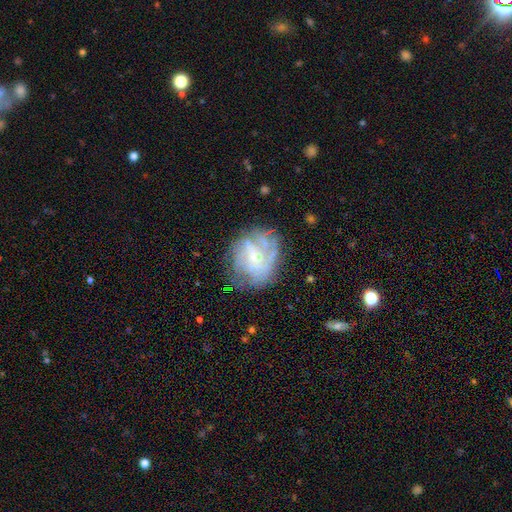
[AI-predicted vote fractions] A featured or disk galaxy (65%) with no bar (61%), spiral arms (61%) and a small central bulge (36%). Merging: none (56%).